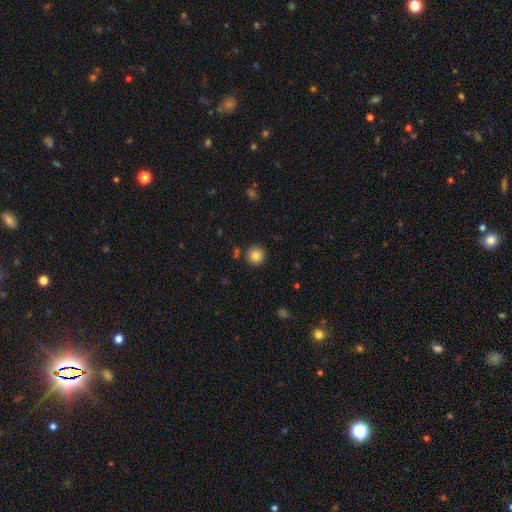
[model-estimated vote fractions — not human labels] smooth_or_featured: smooth (p=0.83) [alt: star or artifact p=0.10]
how_rounded: round (p=0.95) [alt: in between p=0.04]
merging: none (p=0.89) [alt: minor disturbance p=0.06]